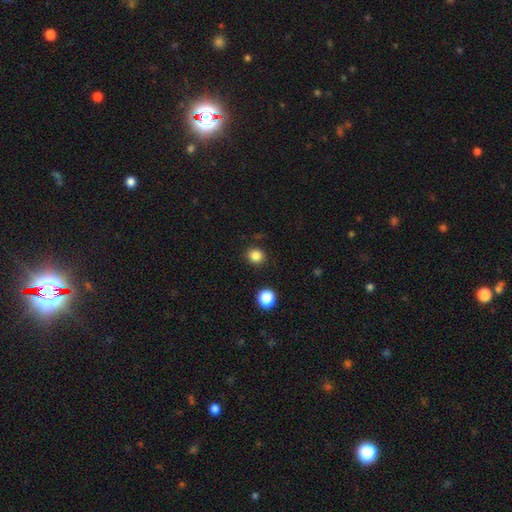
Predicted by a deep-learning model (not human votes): Smooth or featured? smooth (85%)
How rounded? round (86%)
Merging? none (89%)